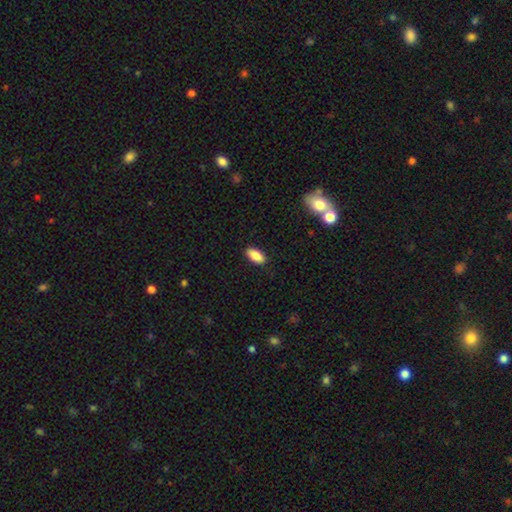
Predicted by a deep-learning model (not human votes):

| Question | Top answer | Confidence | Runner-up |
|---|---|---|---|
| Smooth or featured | smooth | 85% | star or artifact (7%) |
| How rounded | in between | 90% | cigar-shaped (7%) |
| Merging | none | 88% | minor disturbance (8%) |